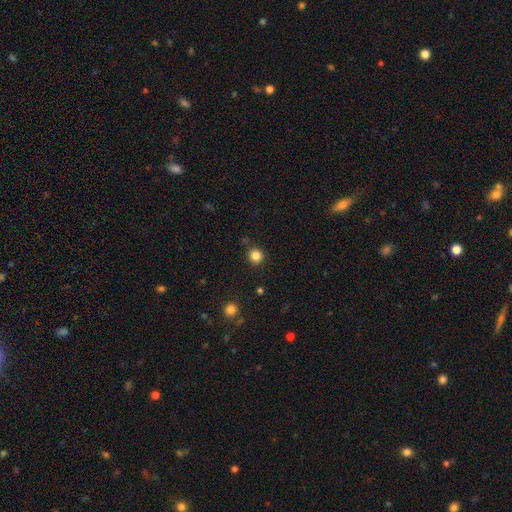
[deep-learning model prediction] Smooth or featured: smooth — 84% (star or artifact — 12%)
How rounded: round — 94% (in between — 5%)
Merging: none — 88% (minor disturbance — 7%)